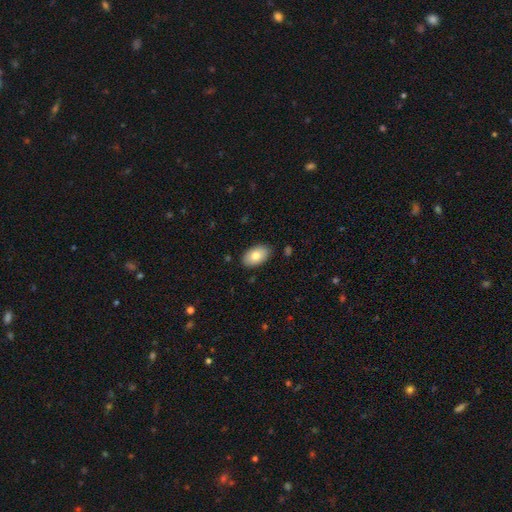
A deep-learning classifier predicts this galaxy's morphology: Q: Smooth or featured?
A: smooth (81%); runner-up: featured or disk (12%)
Q: How rounded?
A: in between (93%); runner-up: round (5%)
Q: Merging?
A: none (86%); runner-up: minor disturbance (10%)